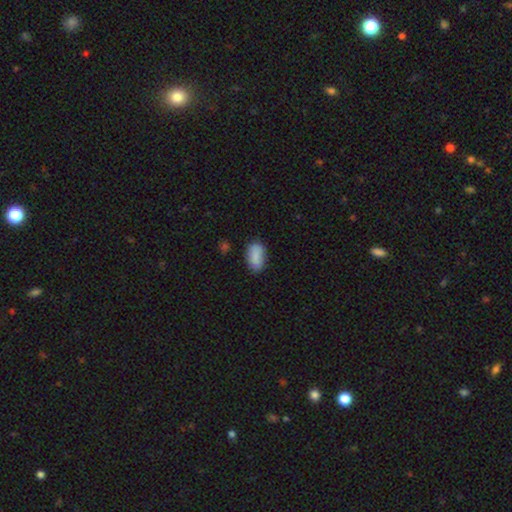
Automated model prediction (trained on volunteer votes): smooth-or-featured: smooth: 87% | star or artifact: 7% | featured or disk: 6%
  how-rounded: in between: 92% | round: 5% | cigar-shaped: 3%
  merging: none: 73% | minor disturbance: 20% | major disturbance: 4% | merger: 2%